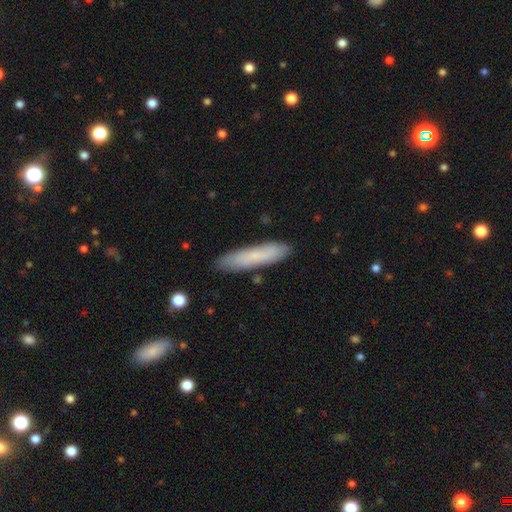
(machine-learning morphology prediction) Overall: smooth (74%). How rounded: cigar-shaped (85%). Merging: none (84%).